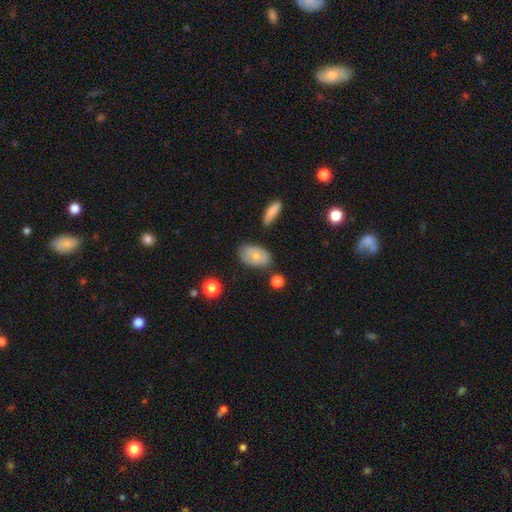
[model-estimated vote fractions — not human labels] Morphology: type=smooth (64%); roundness=in between (89%); merging=none (71%).